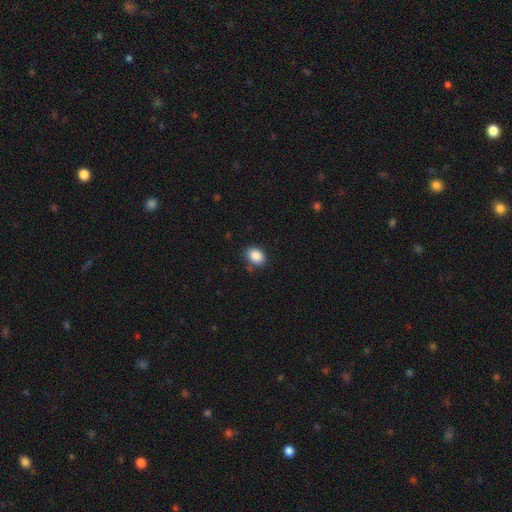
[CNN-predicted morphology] Overall: smooth (88%). How rounded: in between (73%). Merging: none (83%).